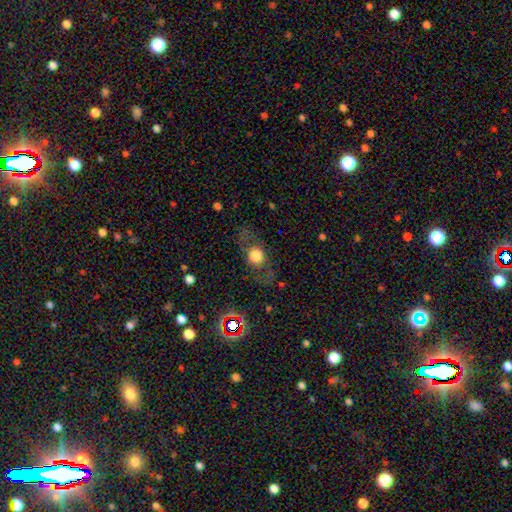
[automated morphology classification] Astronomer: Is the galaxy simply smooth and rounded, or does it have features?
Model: smooth — 55% (runner-up: featured or disk, 35%).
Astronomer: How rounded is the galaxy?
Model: round — 58% (runner-up: in between, 38%).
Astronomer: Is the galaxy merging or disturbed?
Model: none — 75%.